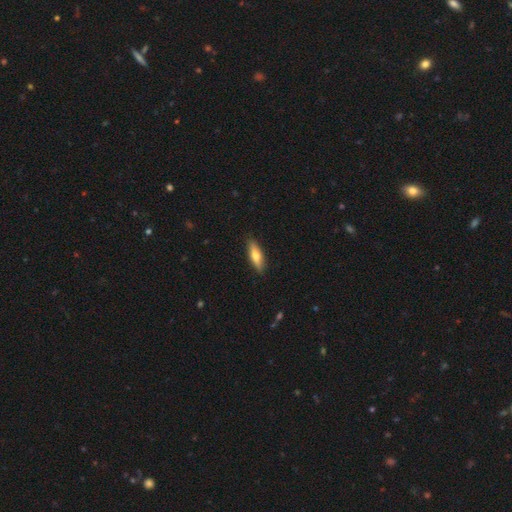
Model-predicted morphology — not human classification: smooth 64%, featured or disk 31%, star or artifact 6%. Down the decision tree: how rounded — cigar-shaped (55%); merging — none (89%).